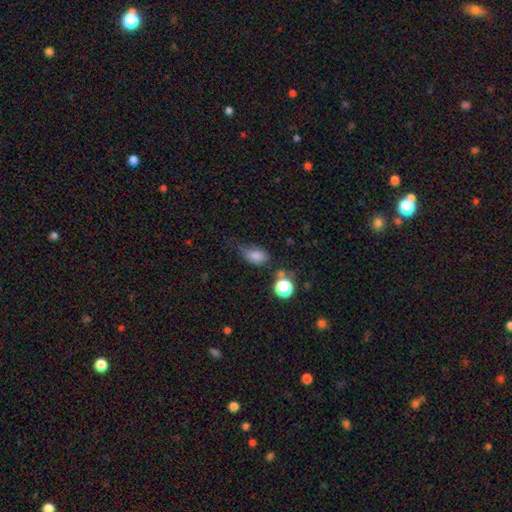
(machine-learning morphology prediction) Smooth or featured? smooth (79%)
How rounded? in between (82%)
Merging? none (50%)